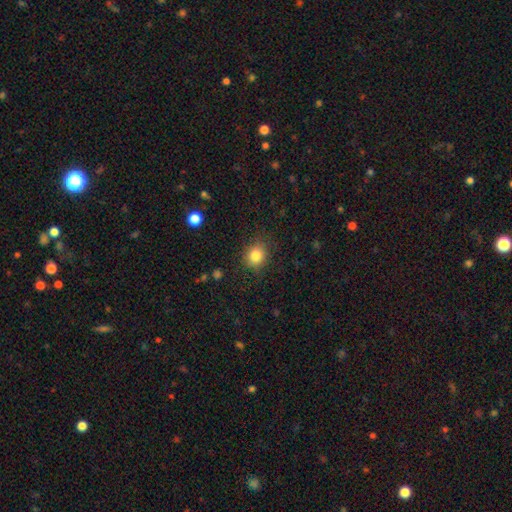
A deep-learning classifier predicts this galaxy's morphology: Smooth or featured? Predicted: smooth (p=0.84). How rounded? Predicted: round (p=0.72). Merging? Predicted: none (p=0.83).